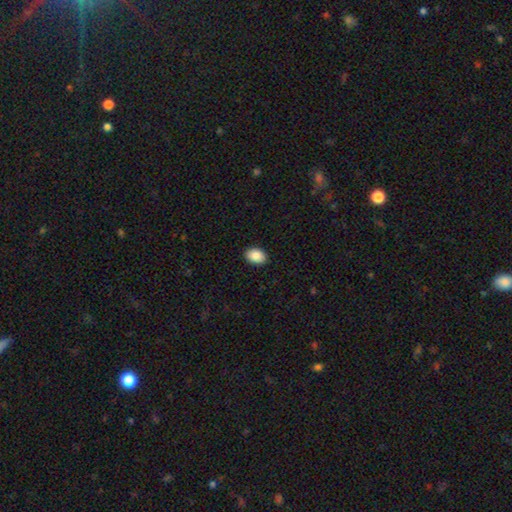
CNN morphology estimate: smooth_or_featured: smooth (p=0.88) [alt: star or artifact p=0.07]
how_rounded: in between (p=0.79) [alt: round p=0.20]
merging: none (p=0.91) [alt: minor disturbance p=0.06]